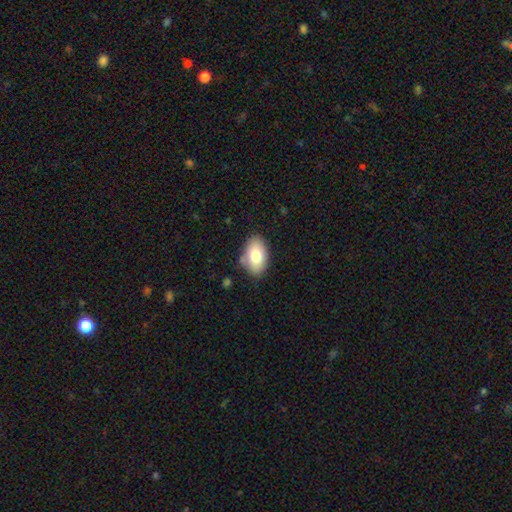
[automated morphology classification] smooth_or_featured: smooth (p=0.78) [alt: featured or disk p=0.15]
how_rounded: in between (p=0.92) [alt: round p=0.07]
merging: none (p=0.77) [alt: minor disturbance p=0.16]